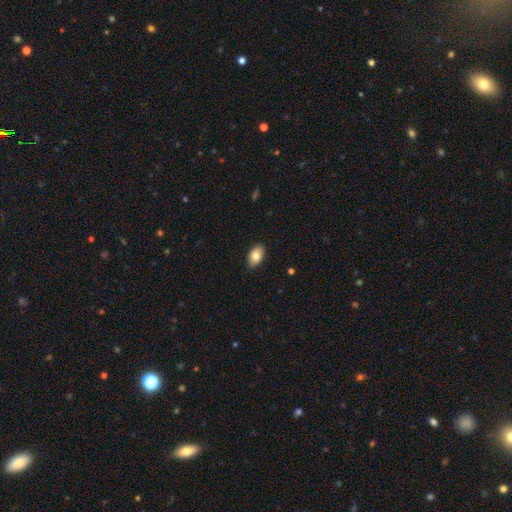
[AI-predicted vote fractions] smooth_or_featured: smooth (p=0.83) [alt: featured or disk p=0.10]
how_rounded: in between (p=0.93) [alt: round p=0.05]
merging: none (p=0.88) [alt: minor disturbance p=0.09]